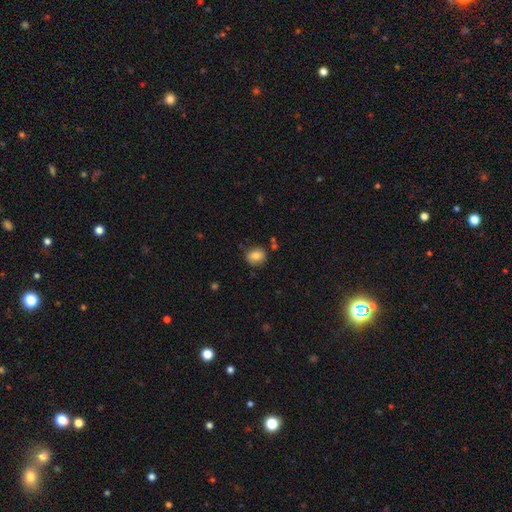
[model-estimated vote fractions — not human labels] smooth_or_featured: smooth (p=0.80) [alt: featured or disk p=0.10]
how_rounded: round (p=0.68) [alt: in between p=0.31]
merging: none (p=0.81) [alt: minor disturbance p=0.13]